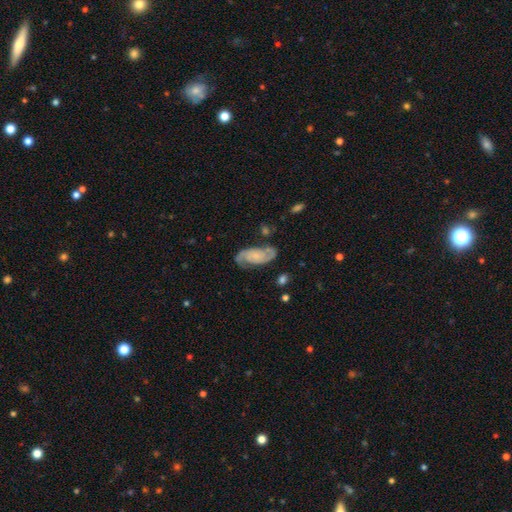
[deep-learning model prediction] Overall: featured or disk (81%). Edge-on disk: no (96%). Bar: no (66%; weak 27%). Spiral arms: yes (96%). Spiral arm count: 2 (90%). Spiral winding: medium (45%; tight 39%). Bulge size: small (52%; none 25%). Merging: none (74%).